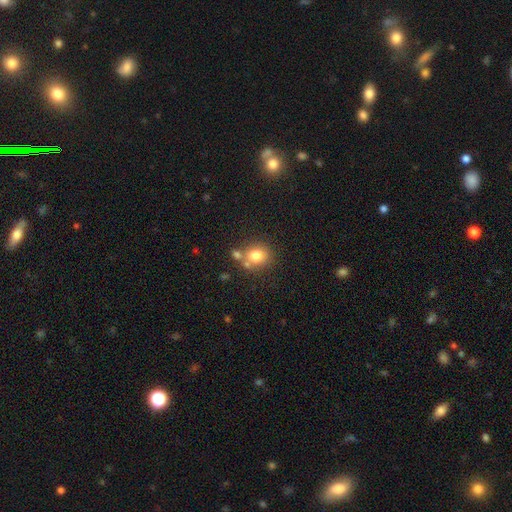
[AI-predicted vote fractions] This is likely a smooth galaxy (78%). How rounded: likely round (71%). Merging: likely none (61%).